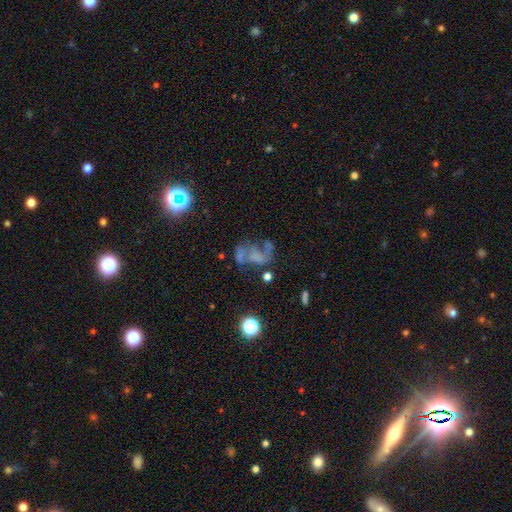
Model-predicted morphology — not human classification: A featured or disk galaxy (55%) with no bar (78%), no spiral arms (58%) and no central bulge (75%). Merging: none (35%).